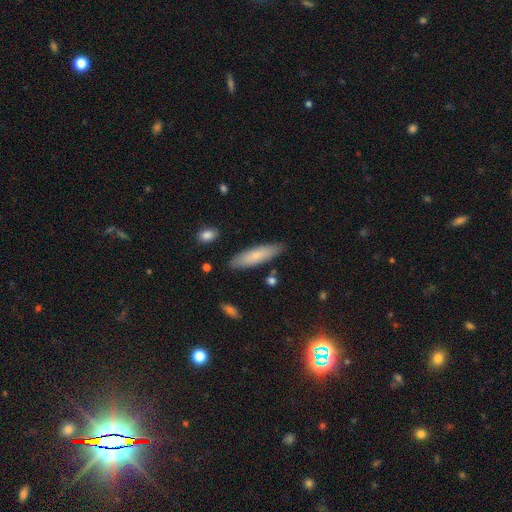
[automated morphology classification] This appears to be a smooth galaxy with no disk features (76%) that is cigar-shaped (69%). Merging: none (86%).